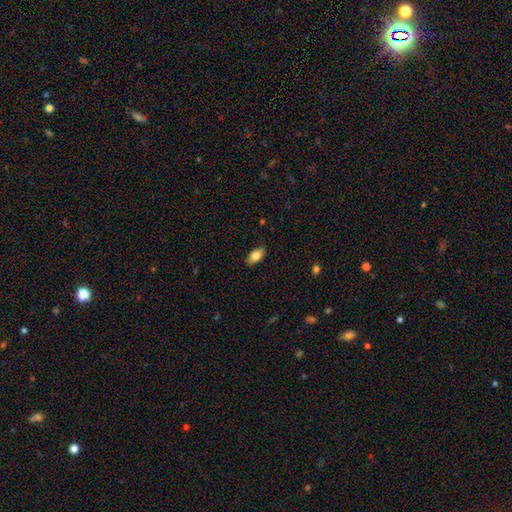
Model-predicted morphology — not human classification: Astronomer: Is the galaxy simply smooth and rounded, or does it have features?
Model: smooth — 79%.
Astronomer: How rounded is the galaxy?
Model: in between — 91%.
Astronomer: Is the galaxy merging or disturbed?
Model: none — 88%.